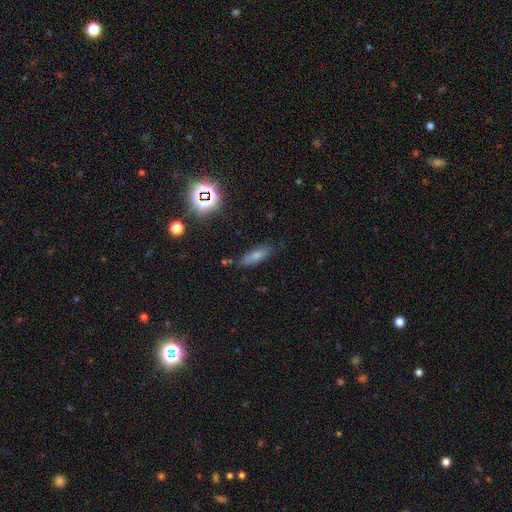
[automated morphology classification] This appears to be a smooth galaxy with no disk features (69%) that is in between round and cigar-shaped (60%). Merging: none (75%).